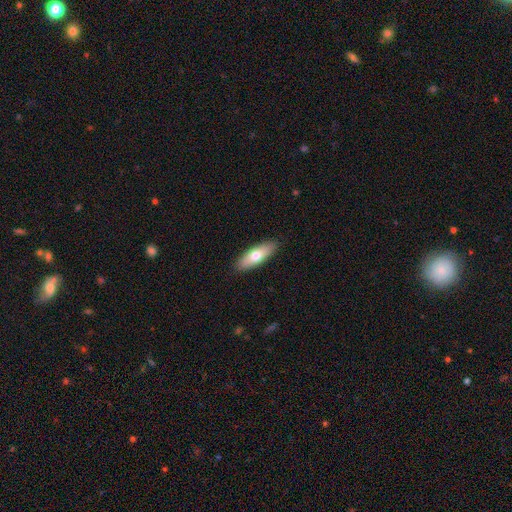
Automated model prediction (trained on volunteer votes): A smooth galaxy with no disk features (69%) that is in between round and cigar-shaped (59%).

Vote fractions:
- Smooth or featured? smooth: 69% / featured or disk: 25% / star or artifact: 6%
- How rounded? in between: 59% / cigar-shaped: 38% / round: 2%
- Merging? none: 89% / minor disturbance: 8% / major disturbance: 2% / merger: 1%